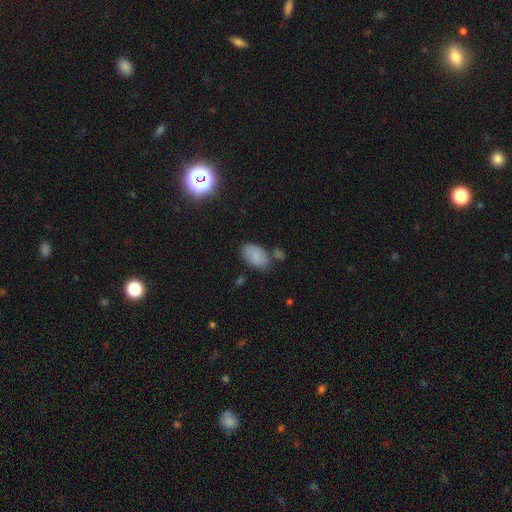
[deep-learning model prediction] Smooth or featured? Predicted: smooth (p=0.83). How rounded? Predicted: in between (p=0.94). Merging? Predicted: none (p=0.66).